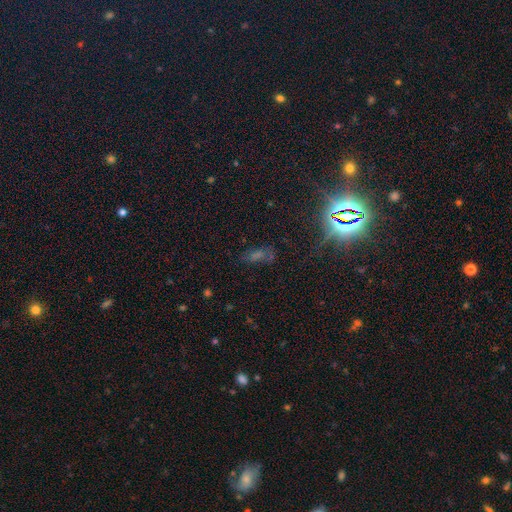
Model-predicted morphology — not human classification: A star or artifact, not a galaxy (52%).